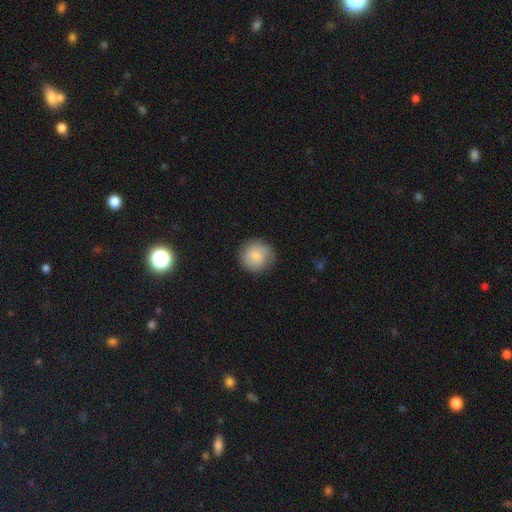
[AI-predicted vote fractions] A smooth galaxy with no disk features (74%) that is round (92%).

Vote fractions:
- Smooth or featured? smooth: 74% / featured or disk: 19% / star or artifact: 7%
- How rounded? round: 92% / in between: 7% / cigar-shaped: 1%
- Merging? none: 83% / minor disturbance: 12% / major disturbance: 3% / merger: 1%